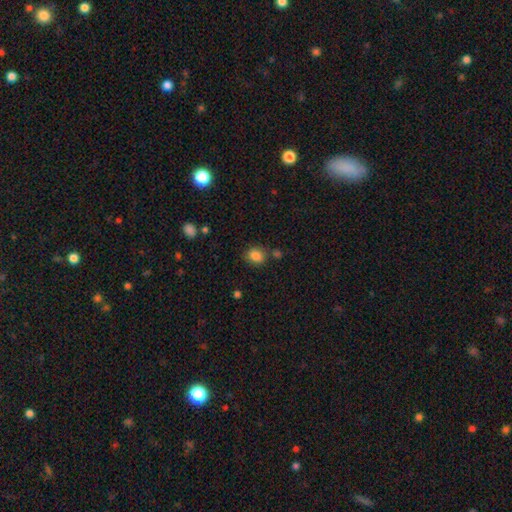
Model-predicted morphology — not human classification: Overall: smooth (85%). How rounded: round (50%; in between 49%). Merging: none (74%).